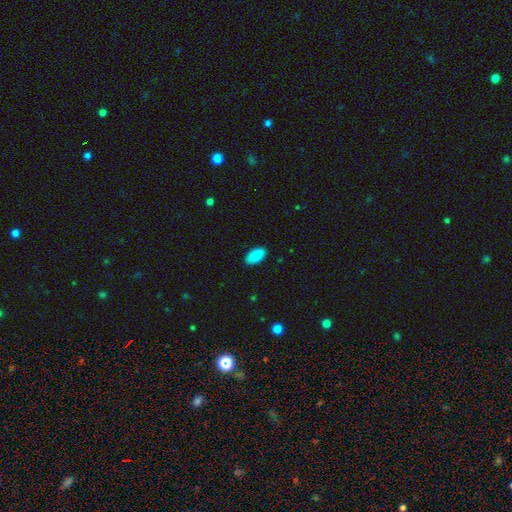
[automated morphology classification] This appears to be a smooth galaxy with no disk features (87%) that is in between round and cigar-shaped (94%). Merging: none (89%).